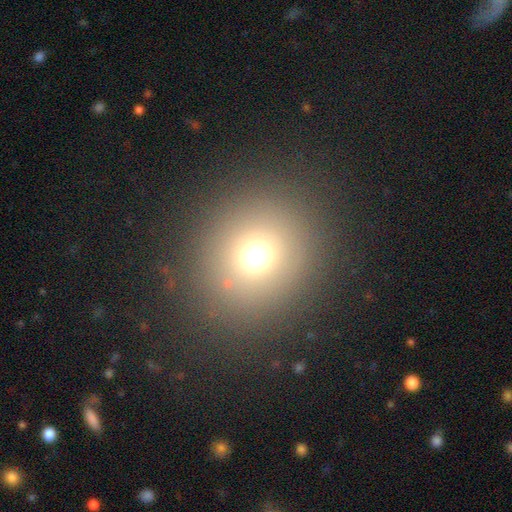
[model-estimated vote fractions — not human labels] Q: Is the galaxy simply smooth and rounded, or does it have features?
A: smooth — 68%.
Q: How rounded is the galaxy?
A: round — 88%.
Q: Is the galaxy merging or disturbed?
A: none — 87%.